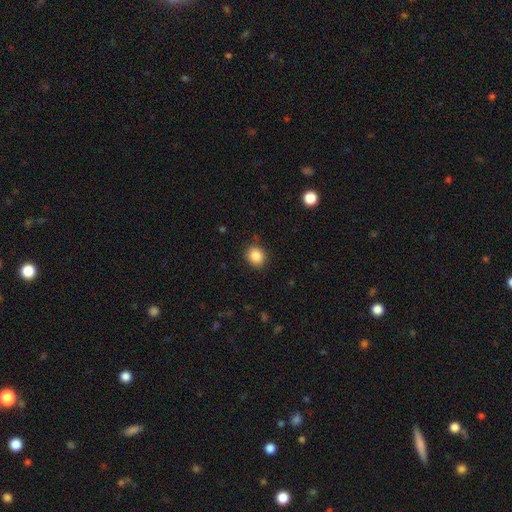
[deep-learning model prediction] The model was most divided on "how rounded": round: 69%, in between: 30%, cigar-shaped: 1%. More confident: smooth or featured — smooth (87%); merging — none (86%).